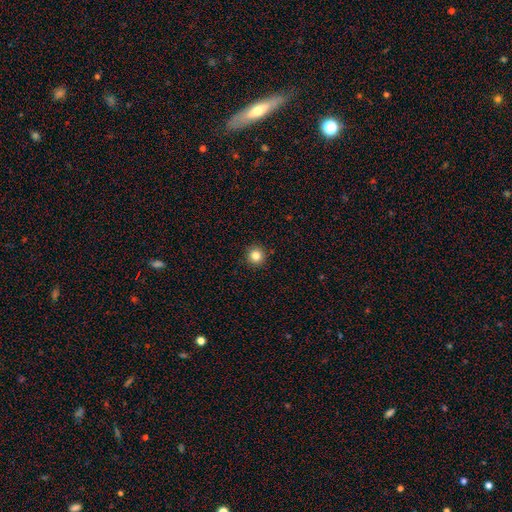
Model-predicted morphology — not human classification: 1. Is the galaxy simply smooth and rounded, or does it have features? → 83% smooth, 12% star or artifact, 5% featured or disk.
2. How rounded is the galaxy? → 96% round, 4% in between, 1% cigar-shaped.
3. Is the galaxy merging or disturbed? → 93% none, 5% minor disturbance, 2% major disturbance, 1% merger.